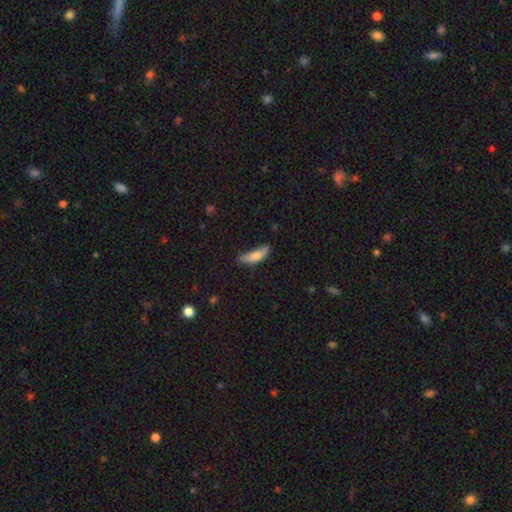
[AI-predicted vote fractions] Smooth or featured? smooth (77%)
How rounded? in between (56%)
Merging? none (50%)